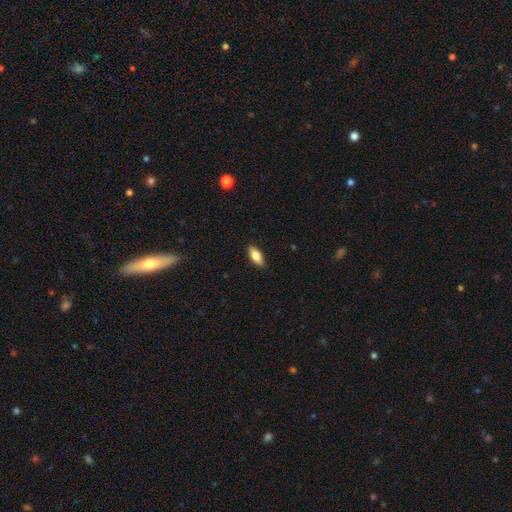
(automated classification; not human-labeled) Morphology: type=smooth (76%); roundness=in between (79%); merging=none (89%).